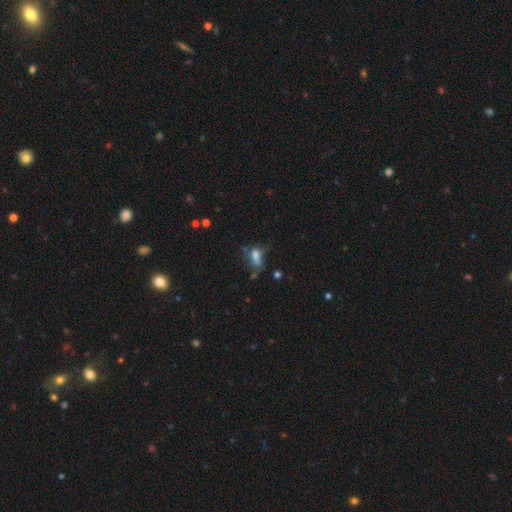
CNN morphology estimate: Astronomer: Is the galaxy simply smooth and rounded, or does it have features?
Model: smooth — 56%.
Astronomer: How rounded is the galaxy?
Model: in between — 77%.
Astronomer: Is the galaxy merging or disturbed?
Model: major disturbance — 37% (runner-up: none, 30%).